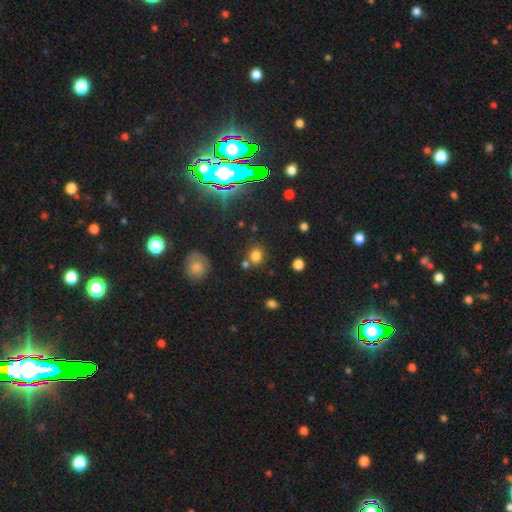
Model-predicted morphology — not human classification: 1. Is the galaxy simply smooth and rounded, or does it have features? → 73% smooth, 20% star or artifact, 7% featured or disk.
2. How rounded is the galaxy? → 76% round, 23% in between, 1% cigar-shaped.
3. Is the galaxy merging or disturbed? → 69% none, 16% merger, 11% minor disturbance, 4% major disturbance.